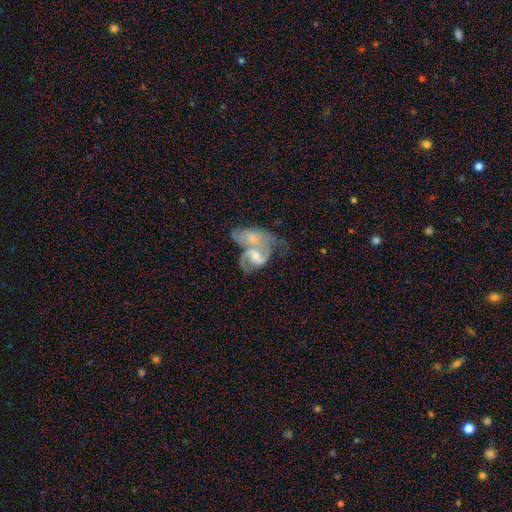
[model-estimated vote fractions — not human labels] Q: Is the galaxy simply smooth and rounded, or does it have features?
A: featured or disk — 78%.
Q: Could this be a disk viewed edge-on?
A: no — 97%.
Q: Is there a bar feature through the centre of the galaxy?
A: weak — 44%.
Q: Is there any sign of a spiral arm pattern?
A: yes — 90%.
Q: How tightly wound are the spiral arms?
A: medium — 50%.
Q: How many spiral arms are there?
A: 2 — 77%.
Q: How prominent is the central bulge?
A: moderate — 49%.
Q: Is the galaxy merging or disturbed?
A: merger — 67%.